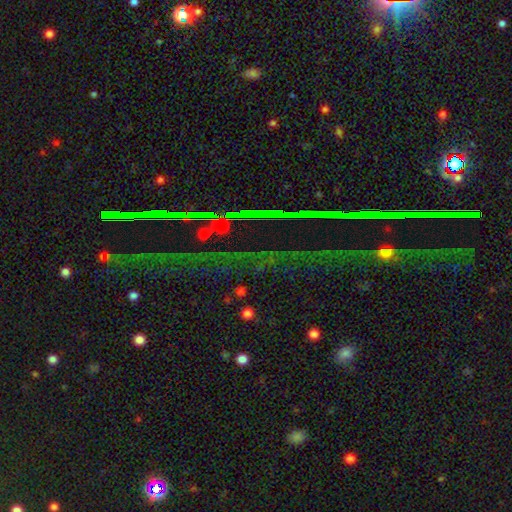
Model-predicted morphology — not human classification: Smooth or featured? star or artifact (82%)